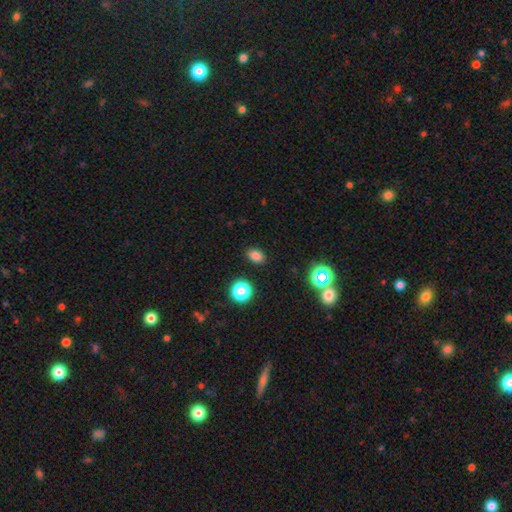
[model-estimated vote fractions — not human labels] Overall: smooth (79%). How rounded: in between (76%). Merging: none (88%).